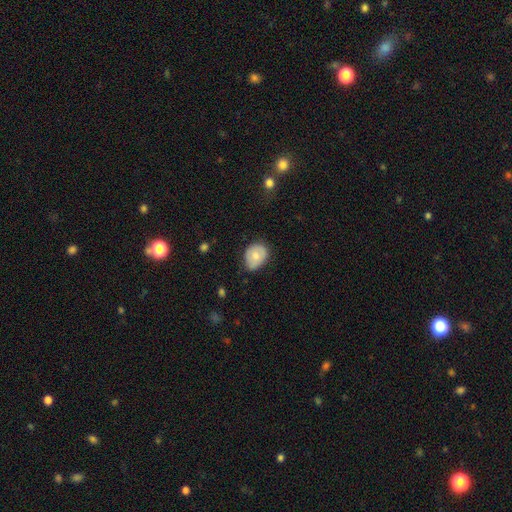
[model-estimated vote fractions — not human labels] smooth_or_featured: smooth (p=0.68) [alt: featured or disk p=0.25]
how_rounded: in between (p=0.62) [alt: round p=0.37]
merging: none (p=0.64) [alt: minor disturbance p=0.29]